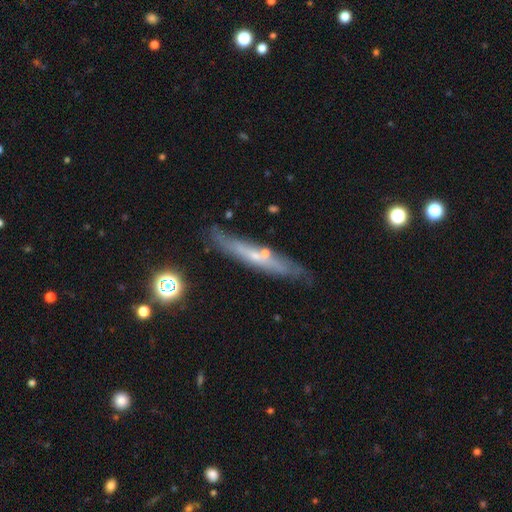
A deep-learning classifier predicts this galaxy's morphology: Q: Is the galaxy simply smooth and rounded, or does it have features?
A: featured or disk — 57%.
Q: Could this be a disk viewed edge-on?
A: yes — 79%.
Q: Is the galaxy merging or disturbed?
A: none — 75%.